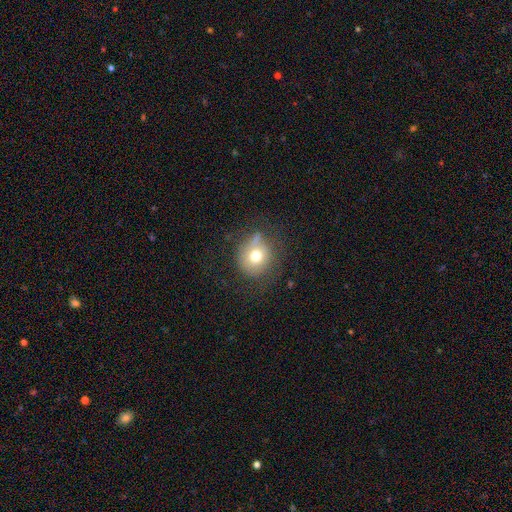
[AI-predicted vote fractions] Smooth or featured? smooth (70%)
How rounded? round (87%)
Merging? none (64%)